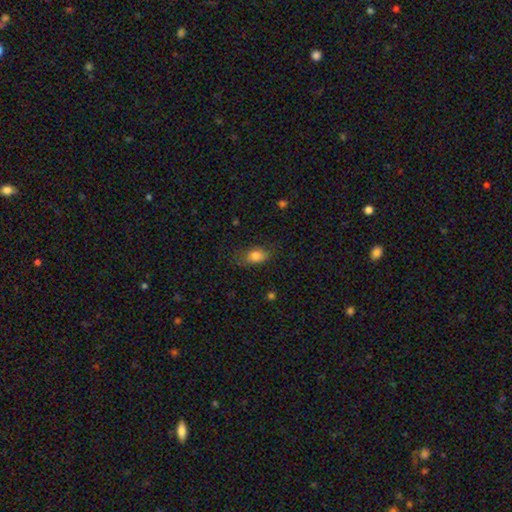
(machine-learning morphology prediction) Smooth or featured: smooth — 81% (featured or disk — 10%)
How rounded: in between — 82% (round — 14%)
Merging: none — 72% (minor disturbance — 21%)